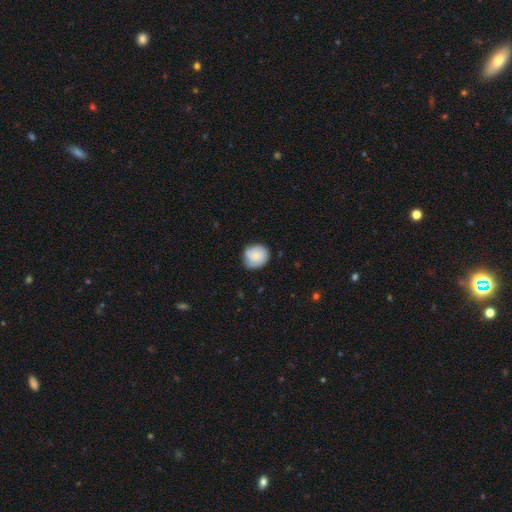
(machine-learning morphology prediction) smooth_or_featured: smooth (p=0.72) [alt: featured or disk p=0.21]
how_rounded: round (p=0.78) [alt: in between p=0.21]
merging: none (p=0.76) [alt: minor disturbance p=0.20]